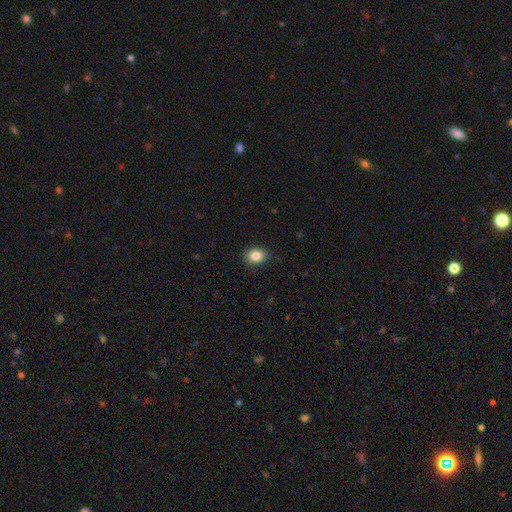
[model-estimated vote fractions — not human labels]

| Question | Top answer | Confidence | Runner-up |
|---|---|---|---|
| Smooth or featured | smooth | 86% | star or artifact (10%) |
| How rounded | round | 52% | in between (47%) |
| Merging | none | 84% | minor disturbance (13%) |